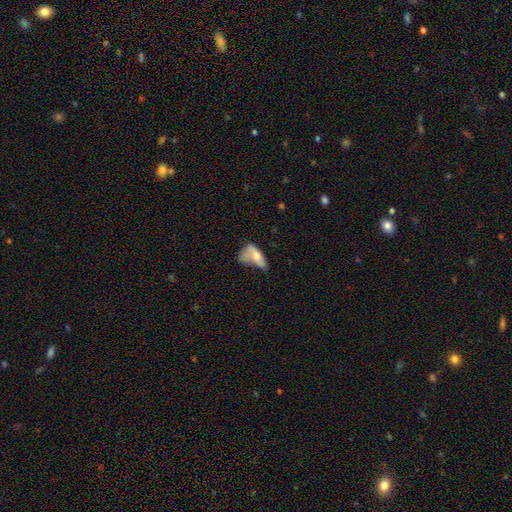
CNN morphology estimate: This appears to be a smooth galaxy with no disk features (59%) that is in between round and cigar-shaped (86%). Merging: major disturbance (42%).